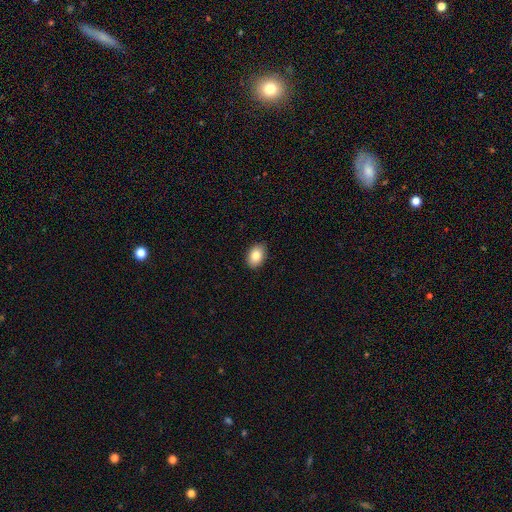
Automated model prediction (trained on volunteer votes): A smooth galaxy with no disk features (85%) that is in between round and cigar-shaped (82%). Merging: none (88%).